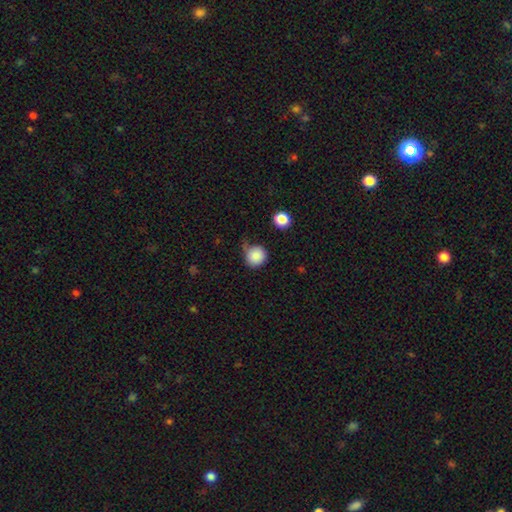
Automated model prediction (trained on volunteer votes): smooth 86%, star or artifact 9%, featured or disk 5%. Down the decision tree: how rounded — round (90%); merging — none (51%).